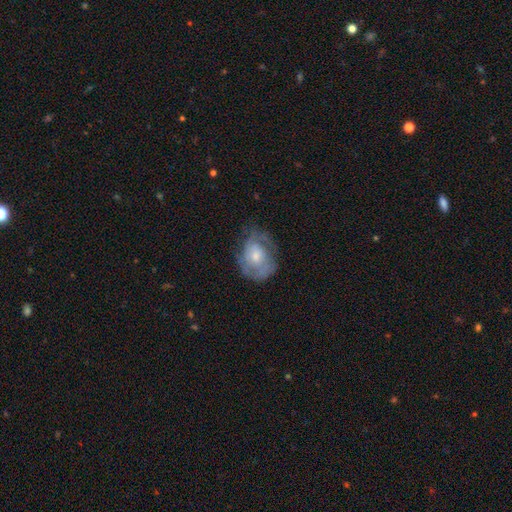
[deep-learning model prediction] This appears to be a featured or disk galaxy (56%) with no bar (78%), spiral arms (66%) and a moderate central bulge (51%). Merging: none (52%).